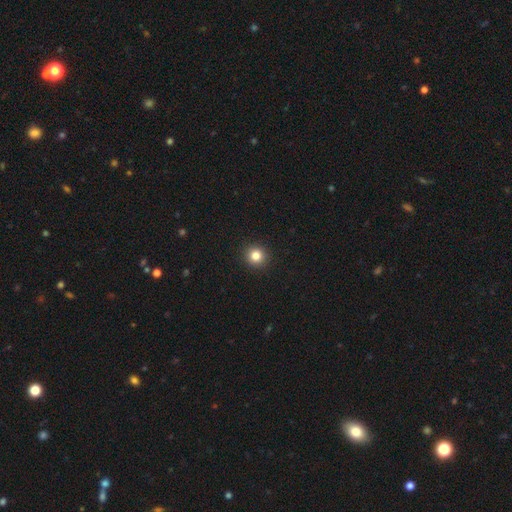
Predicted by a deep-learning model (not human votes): The model was most divided on "smooth or featured": smooth: 82%, star or artifact: 12%, featured or disk: 6%. More confident: how rounded — round (94%); merging — none (93%).